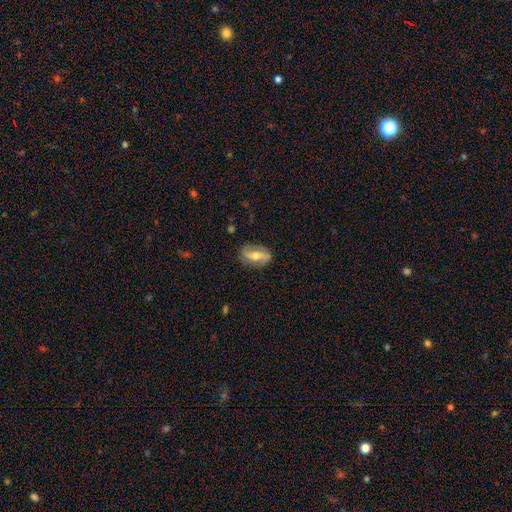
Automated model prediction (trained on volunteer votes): Smooth or featured?
  - featured or disk: 71% *
  - smooth: 22%
  - star or artifact: 6%
Edge-on disk?
  - no: 90% *
  - yes: 10%
Bar?
  - strong: 44% *
  - weak: 30%
  - no: 26%
Spiral arms?
  - yes: 82% *
  - no: 18%
Spiral winding?
  - loose: 54% *
  - medium: 29%
  - tight: 17%
Spiral arm count?
  - 2: 88% *
  - can't tell: 6%
  - 1: 3%
  - 3: 1%
  - 4: 1%
  - more than 4: 1%
Bulge size?
  - moderate: 66% *
  - small: 27%
  - large: 4%
  - none: 1%
  - dominant: 1%
Merging?
  - none: 80% *
  - minor disturbance: 14%
  - major disturbance: 4%
  - merger: 1%